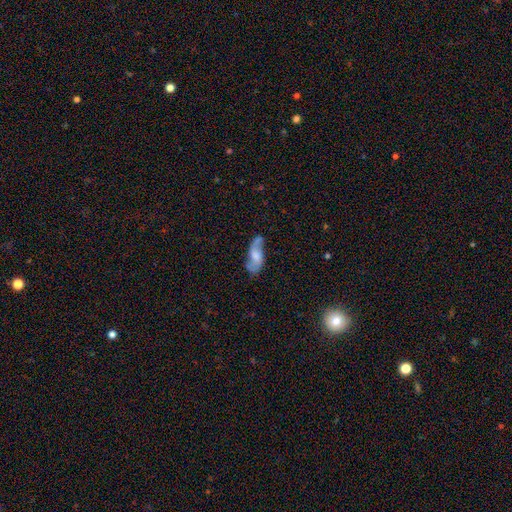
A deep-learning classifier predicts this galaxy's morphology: A featured or disk galaxy (56%). Merging: none (56%).